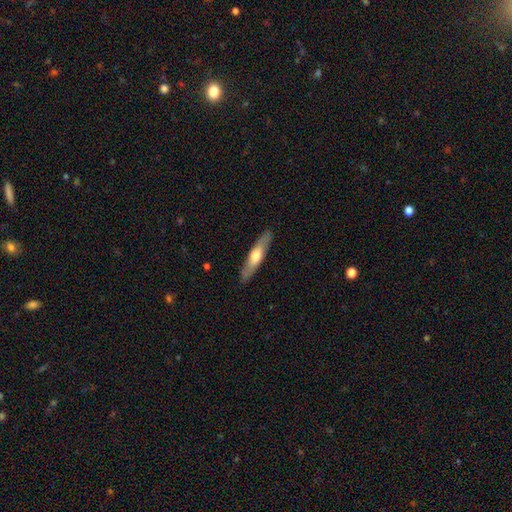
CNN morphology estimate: A smooth galaxy with no disk features (49%).

Vote fractions:
- Smooth or featured? smooth: 49% / featured or disk: 46% / star or artifact: 5%
- Merging? none: 88% / minor disturbance: 9% / major disturbance: 2% / merger: 1%